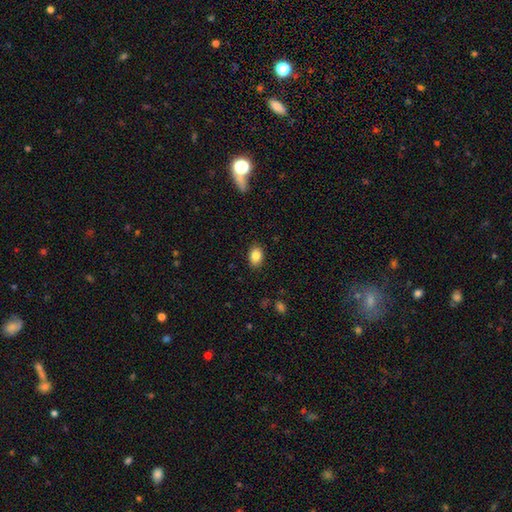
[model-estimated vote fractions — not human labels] Smooth or featured?
  - smooth: 85% *
  - star or artifact: 9%
  - featured or disk: 6%
How rounded?
  - in between: 78% *
  - round: 21%
  - cigar-shaped: 1%
Merging?
  - none: 87% *
  - minor disturbance: 9%
  - major disturbance: 2%
  - merger: 1%